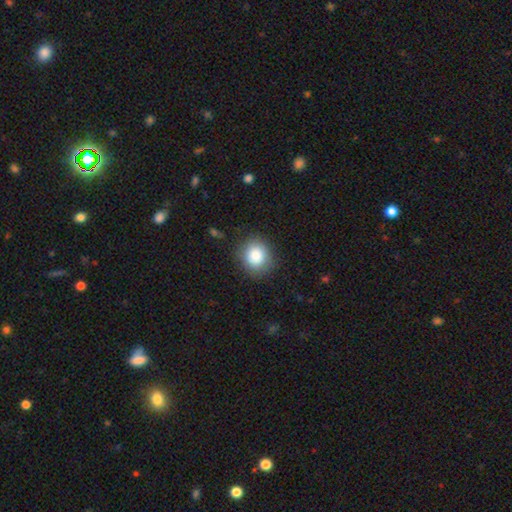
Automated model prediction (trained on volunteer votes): smooth_or_featured: smooth (p=0.85) [alt: star or artifact p=0.08]
how_rounded: round (p=0.76) [alt: in between p=0.23]
merging: none (p=0.83) [alt: minor disturbance p=0.12]